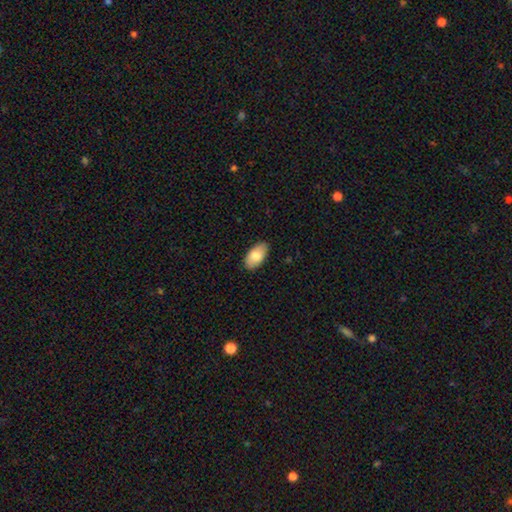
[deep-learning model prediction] smooth-or-featured: smooth: 80% | featured or disk: 14% | star or artifact: 6%
  how-rounded: in between: 95% | round: 3% | cigar-shaped: 2%
  merging: none: 87% | minor disturbance: 10% | major disturbance: 2% | merger: 1%